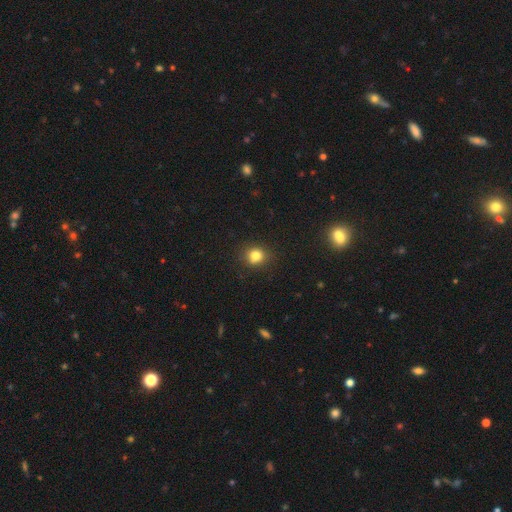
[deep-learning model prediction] smooth_or_featured: smooth (p=0.81) [alt: star or artifact p=0.13]
how_rounded: round (p=0.77) [alt: in between p=0.22]
merging: none (p=0.82) [alt: minor disturbance p=0.13]